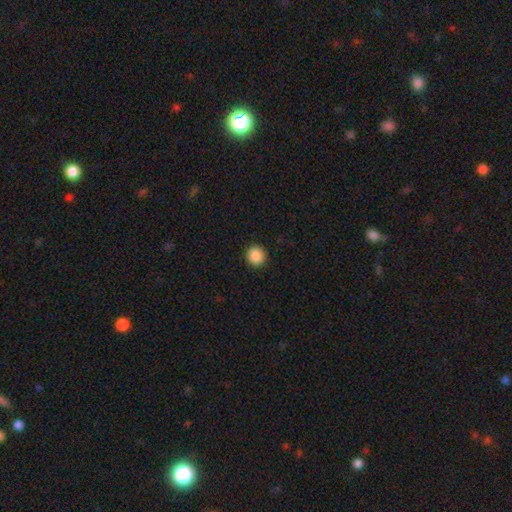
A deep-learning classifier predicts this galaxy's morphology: Smooth or featured?
  - smooth: 88% *
  - star or artifact: 9%
  - featured or disk: 3%
How rounded?
  - round: 91% *
  - in between: 8%
  - cigar-shaped: 1%
Merging?
  - none: 92% *
  - minor disturbance: 5%
  - major disturbance: 2%
  - merger: 1%